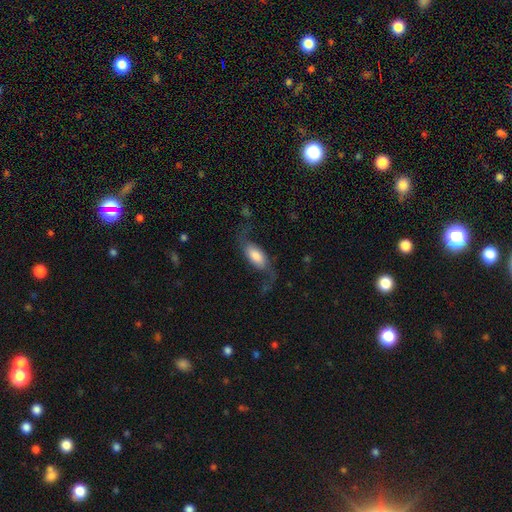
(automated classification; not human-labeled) Overall: featured or disk (63%; smooth 30%). Edge-on disk: no (90%). Bar: no (50%; weak 34%). Spiral arms: yes (93%). Spiral arm count: 2 (92%). Spiral winding: loose (88%). Bulge size: large (36%; moderate 23%). Merging: none (59%; major disturbance 22%).